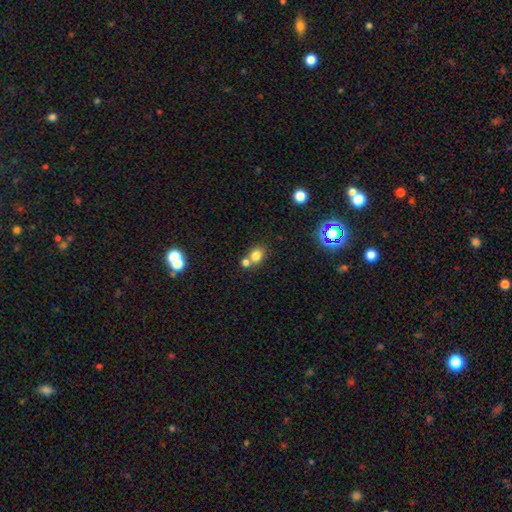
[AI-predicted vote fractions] Morphology: type=smooth (78%); roundness=round (54%); merging=none (49%).